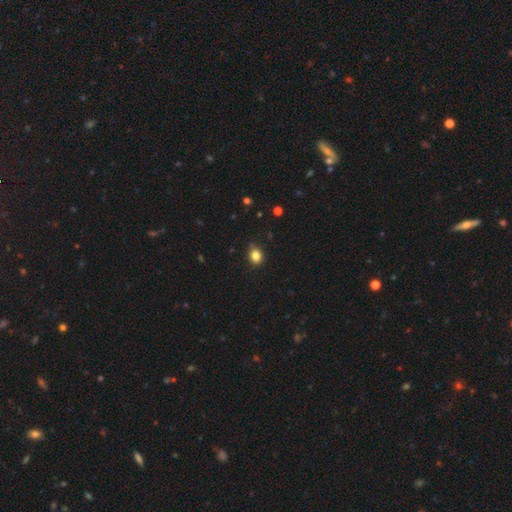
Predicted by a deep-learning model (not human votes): Smooth or featured? smooth (84%)
How rounded? round (61%)
Merging? none (81%)